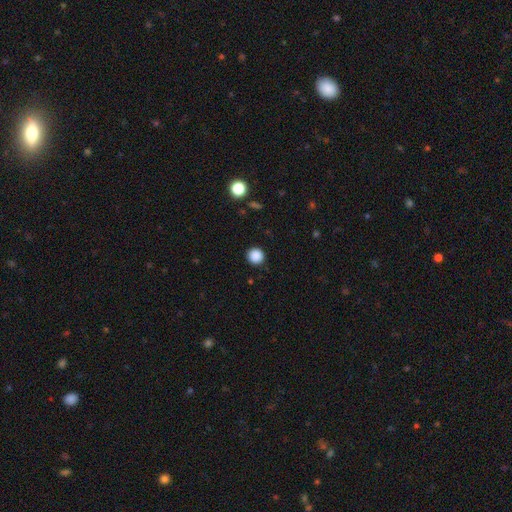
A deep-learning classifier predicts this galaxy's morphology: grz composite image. It shows a smooth galaxy with no disk features (88%) that is round (95%). Merging: none (92%).